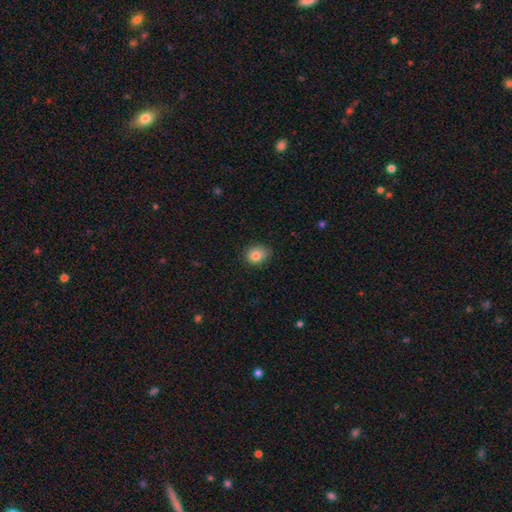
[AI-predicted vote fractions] smooth 83%, star or artifact 10%, featured or disk 7%. Down the decision tree: how rounded — round (66%); merging — none (78%).